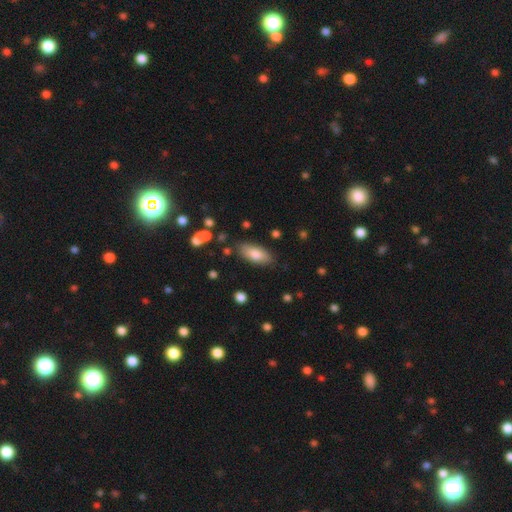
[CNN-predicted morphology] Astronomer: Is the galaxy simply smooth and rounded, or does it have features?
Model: smooth — 79%.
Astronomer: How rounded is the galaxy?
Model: in between — 83%.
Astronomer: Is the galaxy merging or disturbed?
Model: none — 82%.